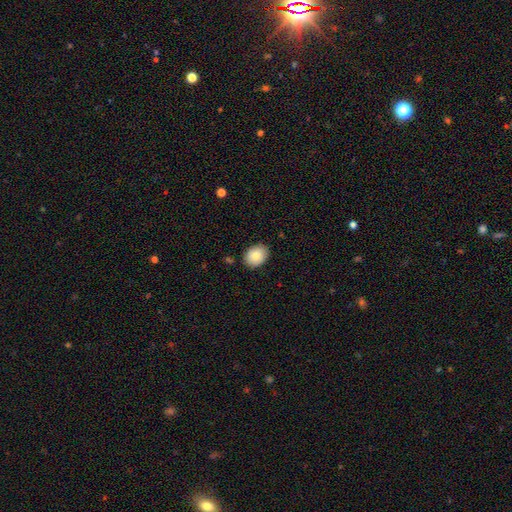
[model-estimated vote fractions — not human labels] Smooth or featured?
  - smooth: 85% *
  - featured or disk: 8%
  - star or artifact: 7%
How rounded?
  - in between: 69% *
  - round: 30%
  - cigar-shaped: 1%
Merging?
  - none: 84% *
  - minor disturbance: 12%
  - major disturbance: 2%
  - merger: 2%